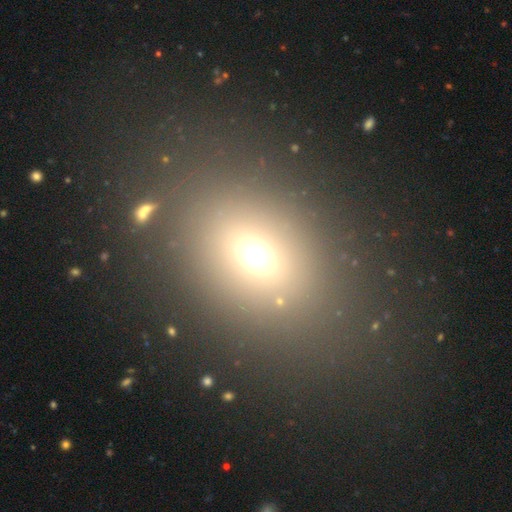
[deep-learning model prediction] smooth 64%, star or artifact 22%, featured or disk 14%. Down the decision tree: how rounded — in between (63%); merging — none (78%).